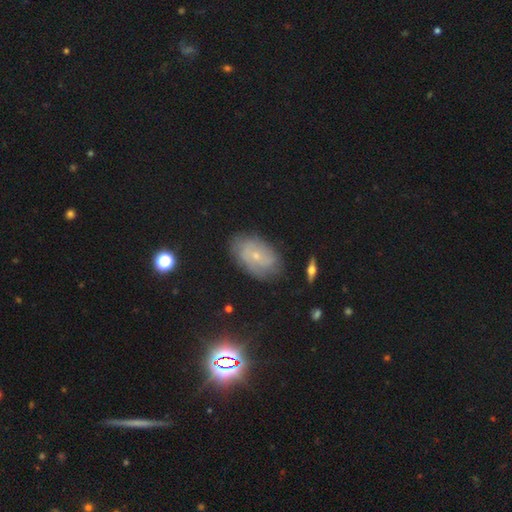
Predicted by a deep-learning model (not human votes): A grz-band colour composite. It shows a featured or disk galaxy (60%) with no bar (71%), spiral arms (78%) and a small central bulge (81%). Merging: none (76%).